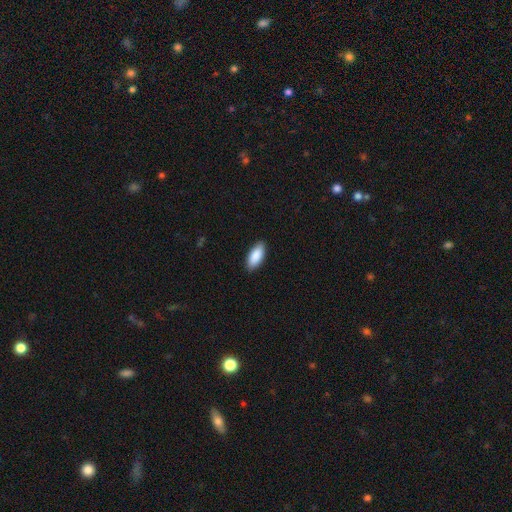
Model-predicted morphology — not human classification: smooth 90%, star or artifact 5%, featured or disk 4%. Down the decision tree: how rounded — in between (88%); merging — none (89%).